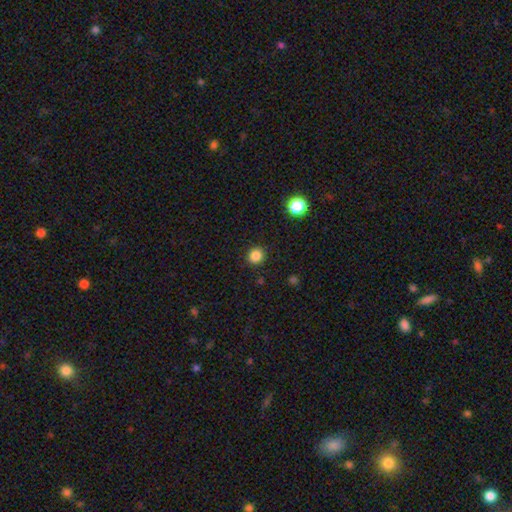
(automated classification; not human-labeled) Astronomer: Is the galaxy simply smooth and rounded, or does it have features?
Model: smooth — 85%.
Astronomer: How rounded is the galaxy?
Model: round — 86%.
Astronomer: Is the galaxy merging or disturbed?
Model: none — 90%.